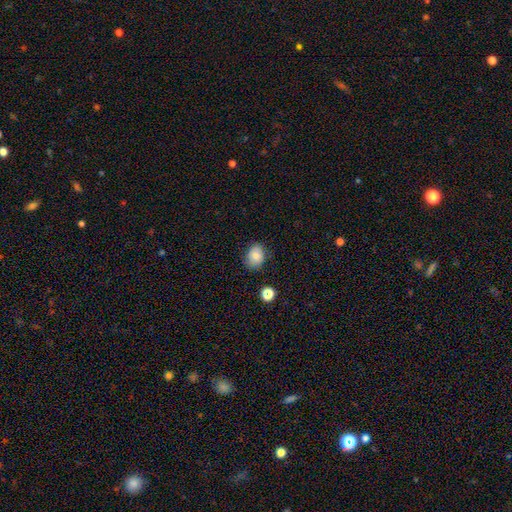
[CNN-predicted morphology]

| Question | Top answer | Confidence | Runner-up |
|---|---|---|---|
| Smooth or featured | smooth | 79% | star or artifact (11%) |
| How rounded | in between | 55% | round (45%) |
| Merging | none | 78% | minor disturbance (17%) |